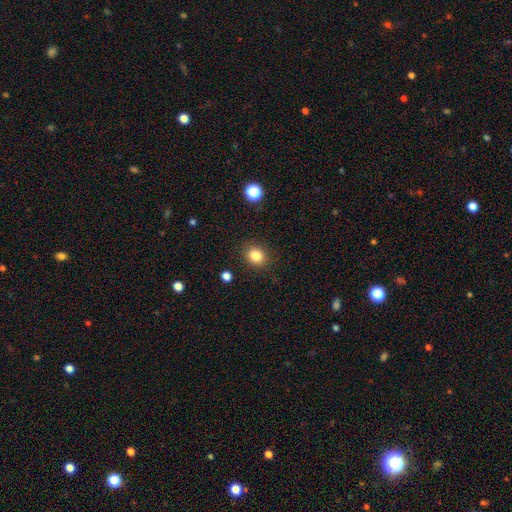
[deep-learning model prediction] Q: Smooth or featured?
A: smooth (84%); runner-up: star or artifact (11%)
Q: How rounded?
A: round (68%); runner-up: in between (31%)
Q: Merging?
A: none (88%); runner-up: minor disturbance (8%)